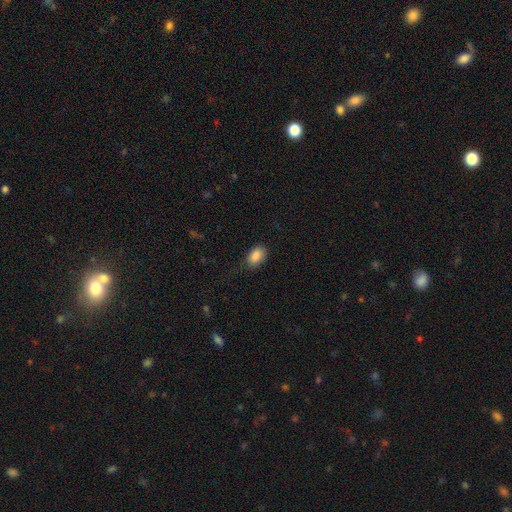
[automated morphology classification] Smooth or featured? smooth (87%)
How rounded? in between (85%)
Merging? none (72%)